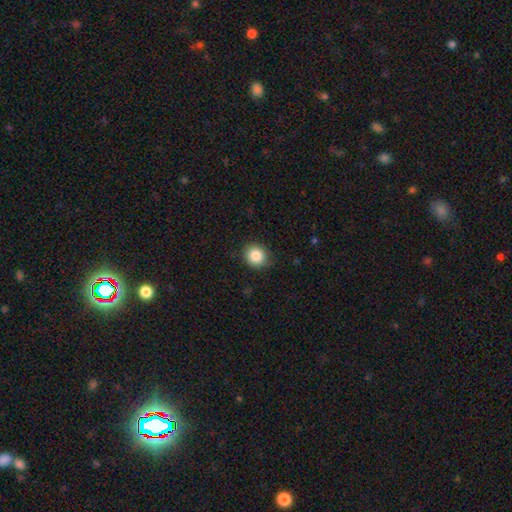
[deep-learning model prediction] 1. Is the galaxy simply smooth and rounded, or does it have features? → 86% smooth, 9% star or artifact, 5% featured or disk.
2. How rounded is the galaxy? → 80% round, 19% in between, 1% cigar-shaped.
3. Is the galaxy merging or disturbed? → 87% none, 10% minor disturbance, 2% major disturbance, 1% merger.